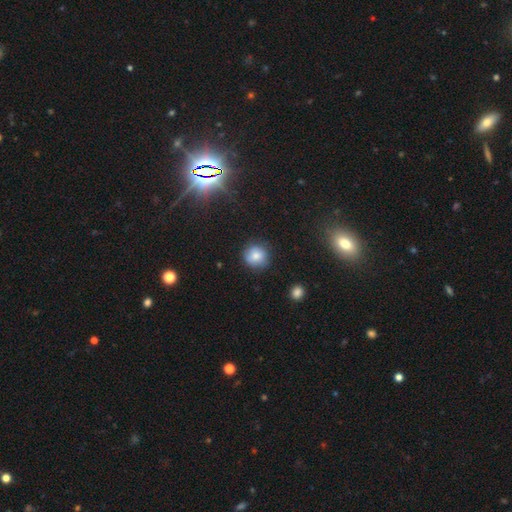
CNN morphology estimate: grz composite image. It shows a smooth galaxy with no disk features (78%) that is round (89%). Merging: none (79%).